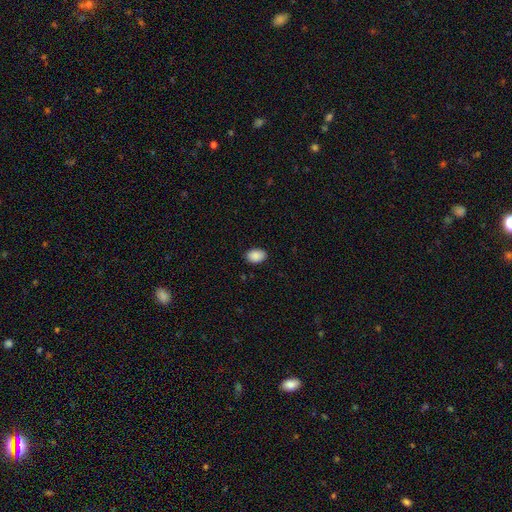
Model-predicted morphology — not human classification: Smooth or featured? Predicted: smooth (p=0.90). How rounded? Predicted: in between (p=0.83). Merging? Predicted: none (p=0.87).